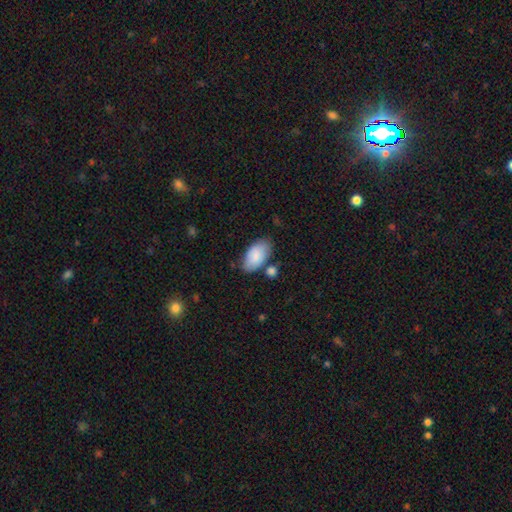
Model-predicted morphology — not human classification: A smooth galaxy with no disk features (84%) that is in between round and cigar-shaped (95%). Merging: none (68%).